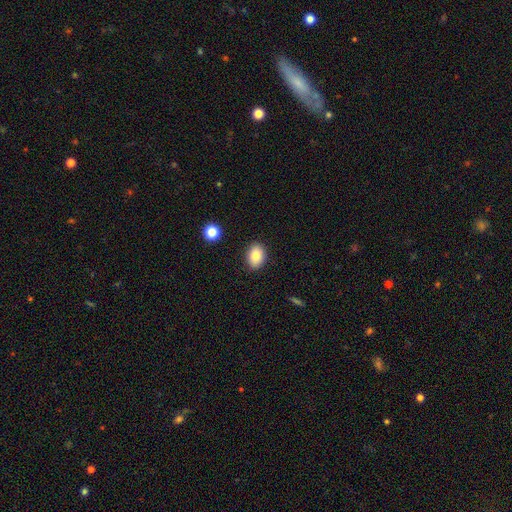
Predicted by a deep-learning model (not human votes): Smooth or featured? Predicted: smooth (p=0.83). How rounded? Predicted: in between (p=0.76). Merging? Predicted: none (p=0.88).